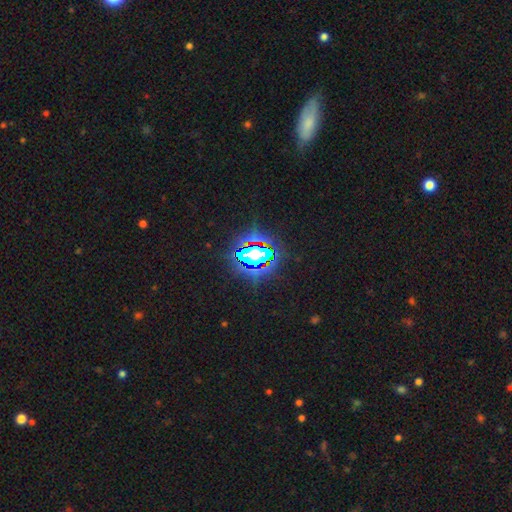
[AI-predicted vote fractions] Morphology: type=star or artifact (72%).